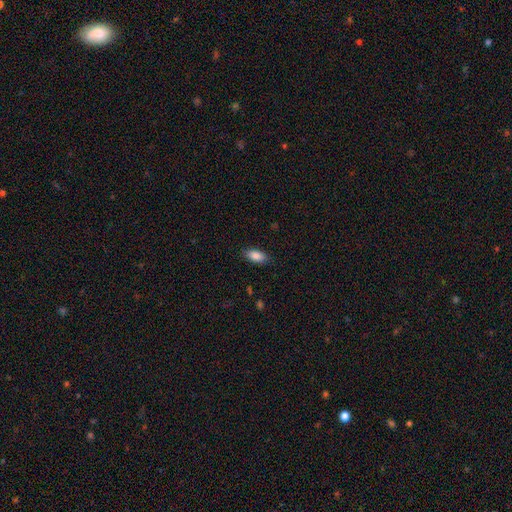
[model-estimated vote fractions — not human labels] A smooth galaxy with no disk features (87%) that is in between round and cigar-shaped (89%).

Vote fractions:
- Smooth or featured? smooth: 87% / star or artifact: 7% / featured or disk: 6%
- How rounded? in between: 89% / cigar-shaped: 8% / round: 3%
- Merging? none: 87% / minor disturbance: 10% / major disturbance: 2% / merger: 1%